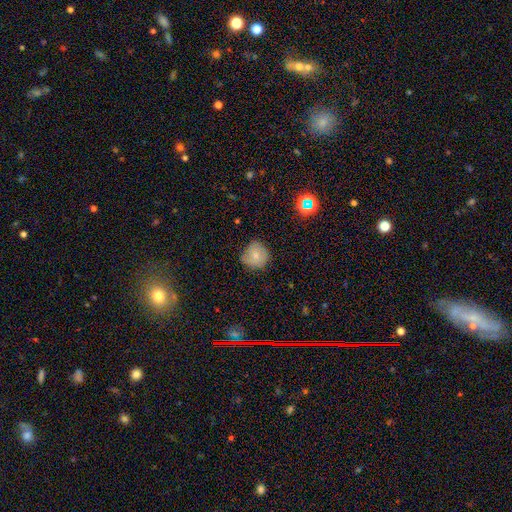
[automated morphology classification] Q: Smooth or featured?
A: smooth (72%); runner-up: featured or disk (18%)
Q: How rounded?
A: round (87%); runner-up: in between (12%)
Q: Merging?
A: none (64%); runner-up: minor disturbance (28%)